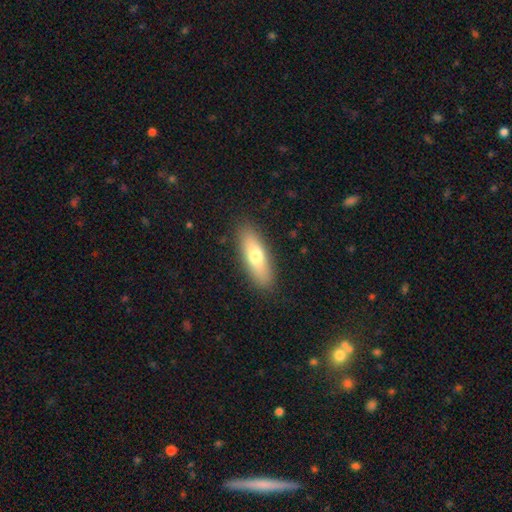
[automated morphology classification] Smooth or featured?
  - smooth: 70% *
  - featured or disk: 23%
  - star or artifact: 7%
How rounded?
  - in between: 56% *
  - cigar-shaped: 41%
  - round: 3%
Merging?
  - none: 87% *
  - minor disturbance: 9%
  - major disturbance: 3%
  - merger: 1%